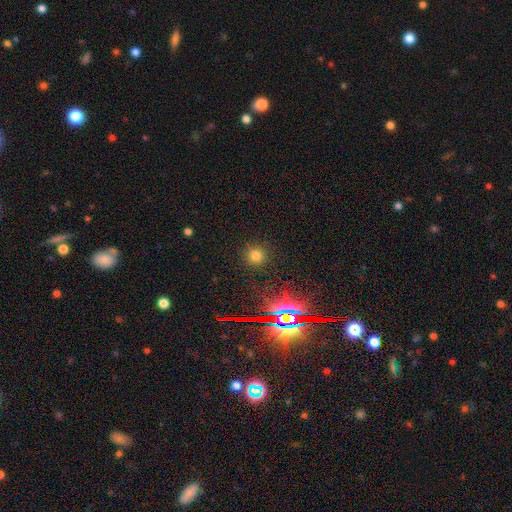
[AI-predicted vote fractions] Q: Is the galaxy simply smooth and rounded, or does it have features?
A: smooth — 71%.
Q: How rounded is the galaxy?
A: round — 94%.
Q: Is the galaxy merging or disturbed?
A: none — 90%.